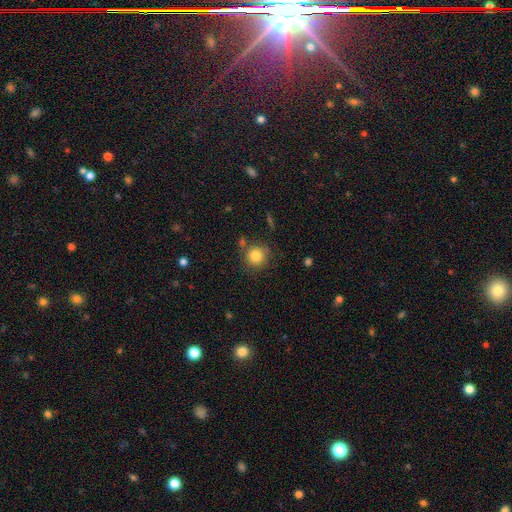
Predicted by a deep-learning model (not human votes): This appears to be a smooth galaxy with no disk features (82%) that is round (91%). Merging: none (76%).